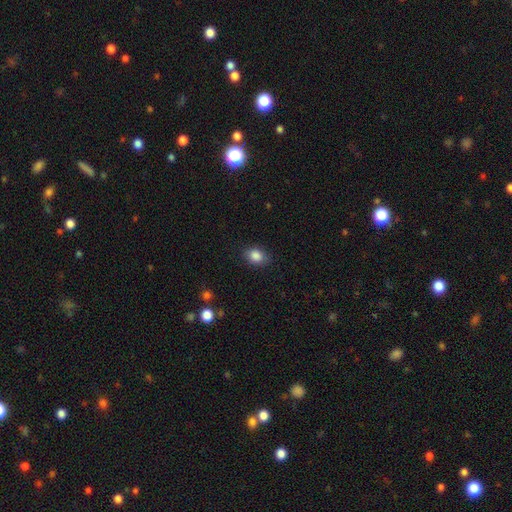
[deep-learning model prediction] Morphology: type=smooth (86%); roundness=in between (54%); merging=none (83%).